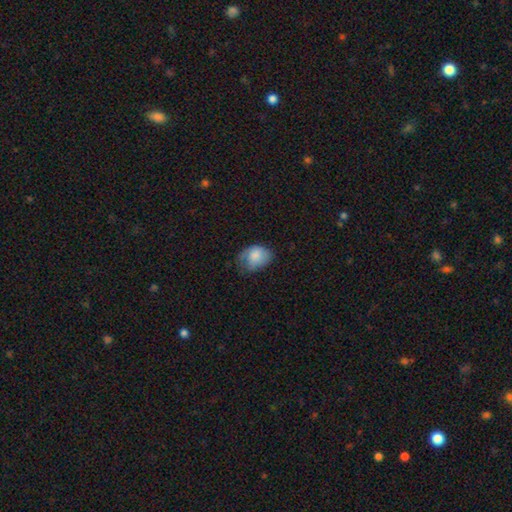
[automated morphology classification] Overall: smooth (78%). How rounded: in between (70%). Merging: minor disturbance (40%; none 36%).